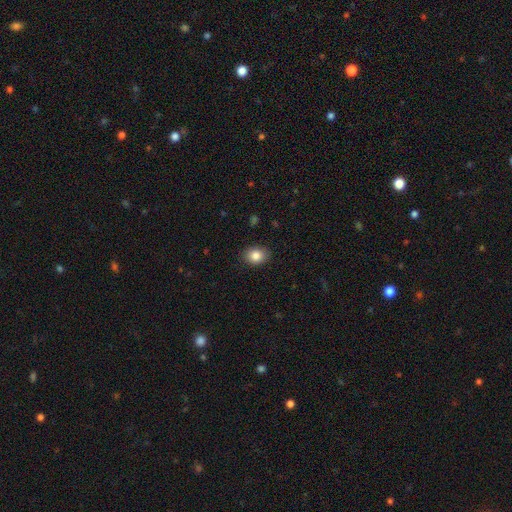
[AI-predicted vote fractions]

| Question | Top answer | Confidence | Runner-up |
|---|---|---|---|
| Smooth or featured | smooth | 85% | star or artifact (9%) |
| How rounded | in between | 60% | round (39%) |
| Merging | none | 88% | minor disturbance (8%) |